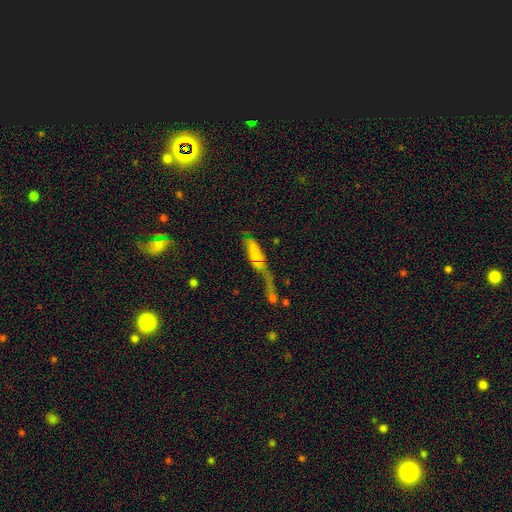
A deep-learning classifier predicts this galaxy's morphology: The model was most divided on "how rounded": in between: 49%, cigar-shaped: 47%, round: 4%. Remaining: smooth or featured — smooth (61%); merging — merger (40%).